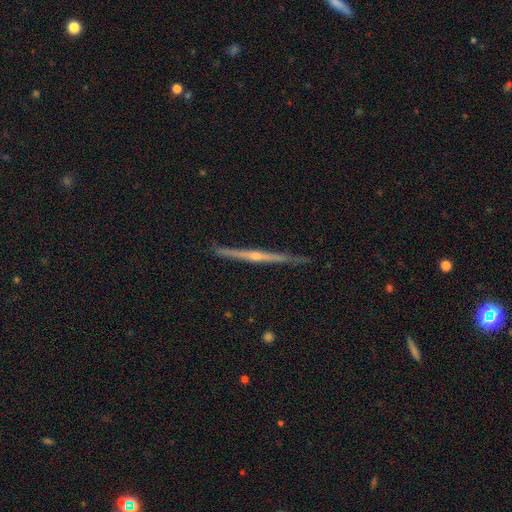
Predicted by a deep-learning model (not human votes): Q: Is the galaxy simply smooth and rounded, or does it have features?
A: featured or disk — 81%.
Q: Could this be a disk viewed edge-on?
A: yes — 98%.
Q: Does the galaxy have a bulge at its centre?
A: rounded — 74%.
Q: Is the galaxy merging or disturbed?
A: none — 89%.